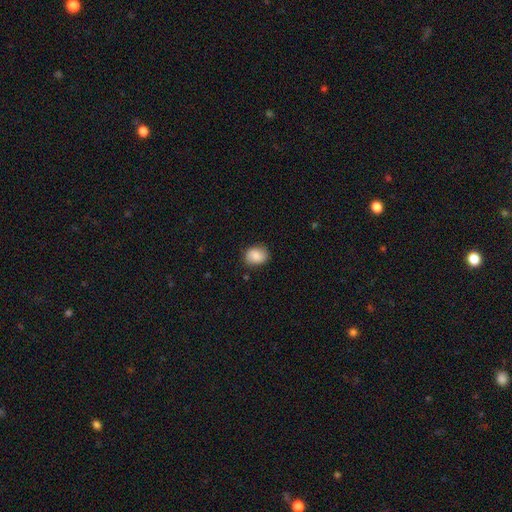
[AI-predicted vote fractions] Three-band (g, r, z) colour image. It shows a smooth galaxy with no disk features (82%) that is round (51%). Merging: none (81%).